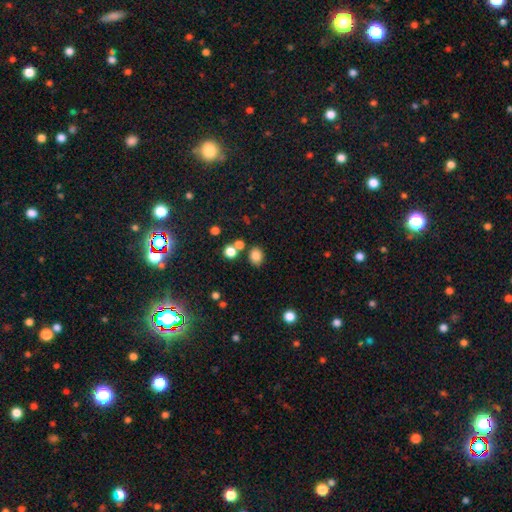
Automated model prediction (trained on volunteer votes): A smooth galaxy with no disk features (82%) that is round (53%). Merging: none (75%).